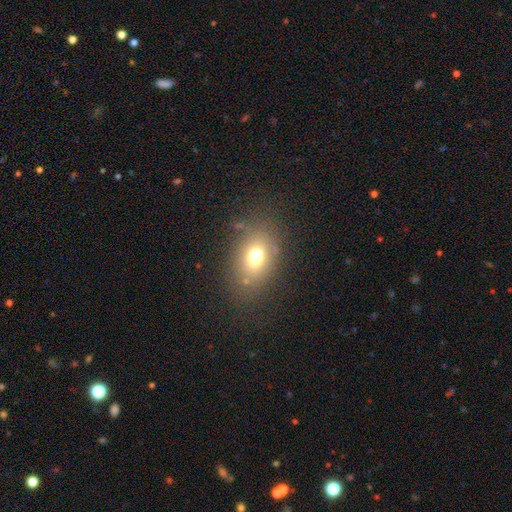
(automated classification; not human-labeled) smooth_or_featured: smooth (p=0.67) [alt: star or artifact p=0.17]
how_rounded: in between (p=0.67) [alt: round p=0.31]
merging: none (p=0.72) [alt: minor disturbance p=0.14]